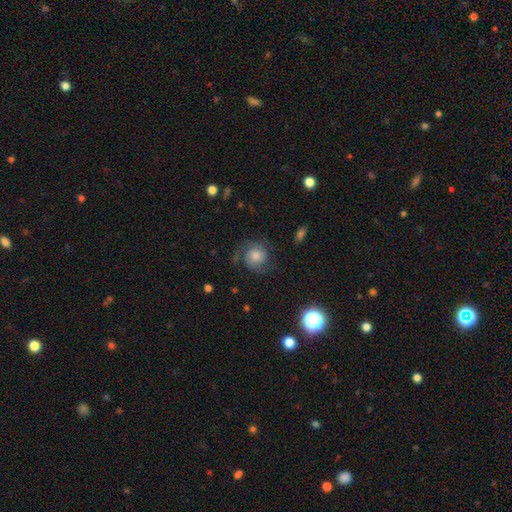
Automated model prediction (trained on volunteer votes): smooth-or-featured: featured or disk: 59% | smooth: 30% | star or artifact: 10%
  disk-edge-on: no: 98% | yes: 2%
    bar: no: 76% | weak: 21% | strong: 3%
    has-spiral-arms: yes: 93% | no: 7%
      spiral-winding: medium: 44% | tight: 32% | loose: 23%
      spiral-arm-count: 2: 80% | can't tell: 8% | 1: 5% | 3: 4% | 4: 2% | more than 4: 2%
    bulge-size: moderate: 36% | large: 29% | small: 19% | none: 10% | dominant: 6%
  merging: none: 70% | minor disturbance: 17% | major disturbance: 12% | merger: 2%